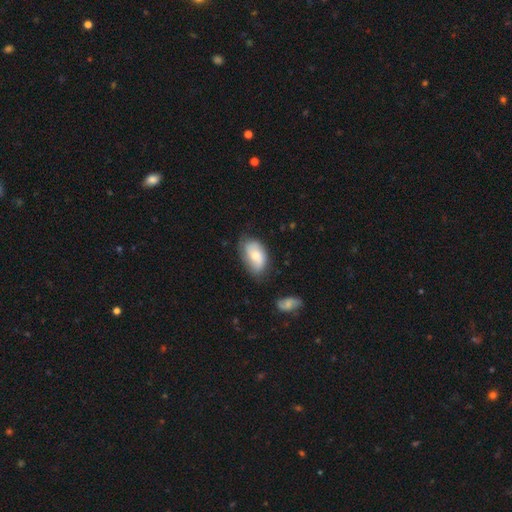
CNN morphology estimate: smooth_or_featured: smooth (p=0.60) [alt: featured or disk p=0.33]
how_rounded: in between (p=0.90) [alt: round p=0.08]
merging: none (p=0.58) [alt: minor disturbance p=0.30]